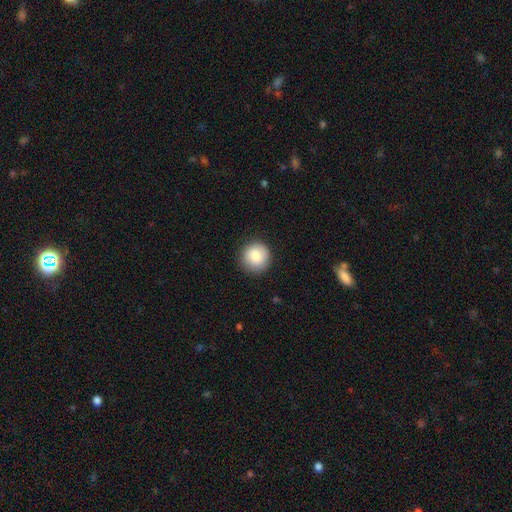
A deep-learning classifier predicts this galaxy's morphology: A smooth galaxy with no disk features (84%) that is round (94%).

Vote fractions:
- Smooth or featured? smooth: 84% / featured or disk: 8% / star or artifact: 8%
- How rounded? round: 94% / in between: 5% / cigar-shaped: 1%
- Merging? none: 89% / minor disturbance: 8% / major disturbance: 2% / merger: 1%